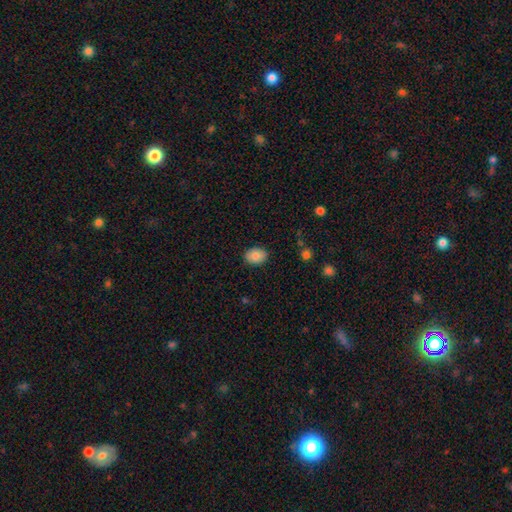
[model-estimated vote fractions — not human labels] Smooth or featured: smooth — 84% (featured or disk — 9%)
How rounded: in between — 73% (round — 26%)
Merging: none — 88% (minor disturbance — 9%)